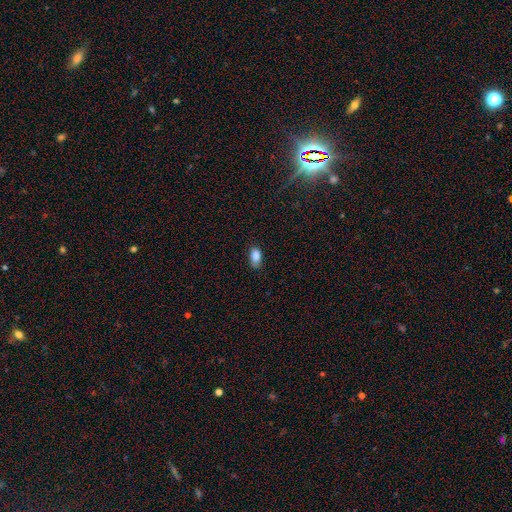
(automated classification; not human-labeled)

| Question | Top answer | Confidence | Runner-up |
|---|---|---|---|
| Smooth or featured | smooth | 87% | star or artifact (8%) |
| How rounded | in between | 90% | round (6%) |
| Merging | none | 77% | minor disturbance (18%) |